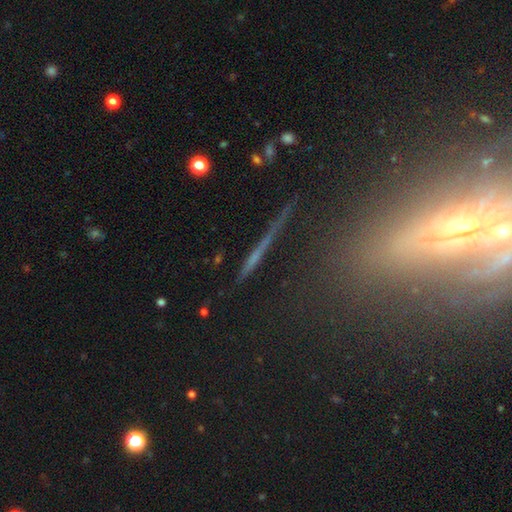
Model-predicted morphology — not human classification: Smooth or featured?
  - star or artifact: 43% *
  - featured or disk: 32%
  - smooth: 25%